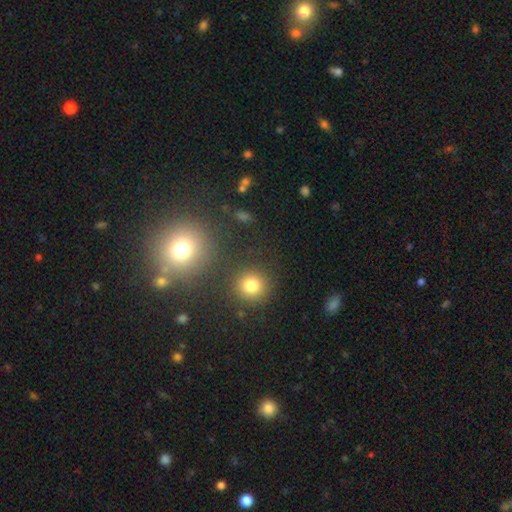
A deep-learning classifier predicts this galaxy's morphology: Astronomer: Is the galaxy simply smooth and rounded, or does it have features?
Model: smooth — 55% (runner-up: star or artifact, 36%).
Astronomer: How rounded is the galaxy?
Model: round — 91%.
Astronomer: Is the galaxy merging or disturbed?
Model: none — 84%.